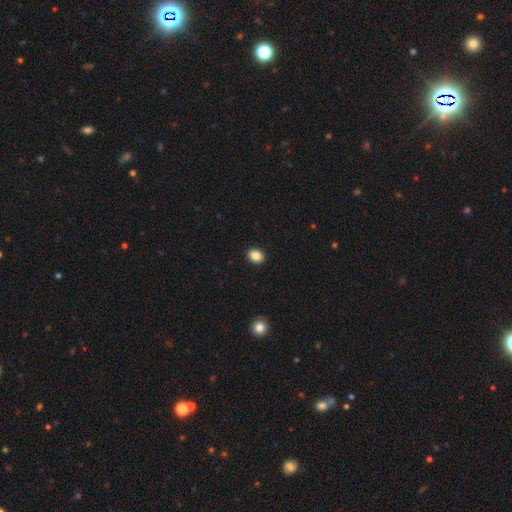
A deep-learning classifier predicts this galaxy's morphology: smooth_or_featured: smooth (p=0.87) [alt: star or artifact p=0.09]
how_rounded: in between (p=0.57) [alt: round p=0.42]
merging: none (p=0.91) [alt: minor disturbance p=0.06]